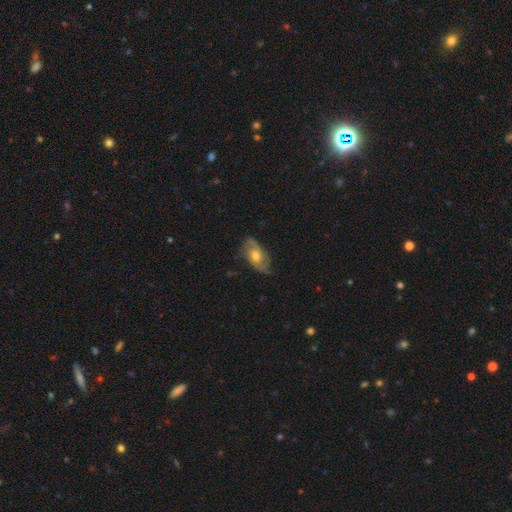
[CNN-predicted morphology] This is likely a featured or disk galaxy (65%). It is clearly not viewed edge-on (92%). Bar: likely no (74%). Spiral arm pattern: clearly yes (84%). Spiral arm count: likely 2 (64%). Spiral winding: marginally medium (43%). Central bulge: likely moderate (71%). Merging: likely none (65%).